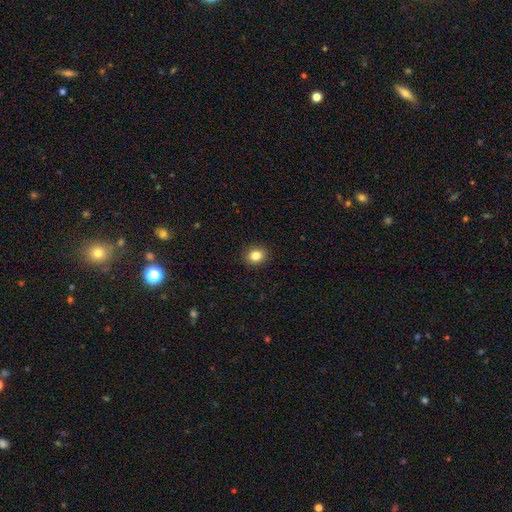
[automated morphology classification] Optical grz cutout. It shows a smooth galaxy with no disk features (83%) that is round (66%). Merging: none (90%).